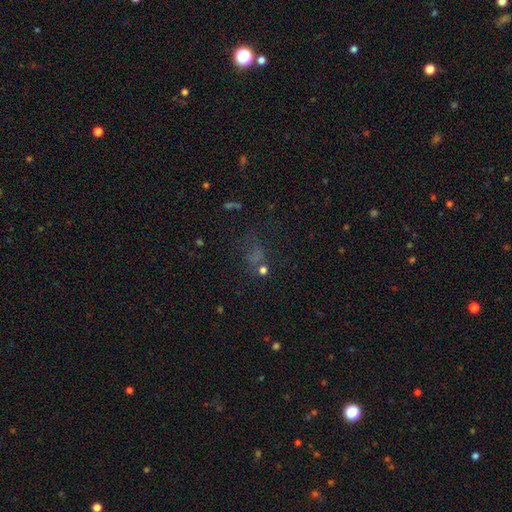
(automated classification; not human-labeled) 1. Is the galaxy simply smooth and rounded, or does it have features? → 43% smooth, 39% star or artifact, 17% featured or disk.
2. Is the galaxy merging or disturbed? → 50% none, 24% major disturbance, 17% minor disturbance, 8% merger.